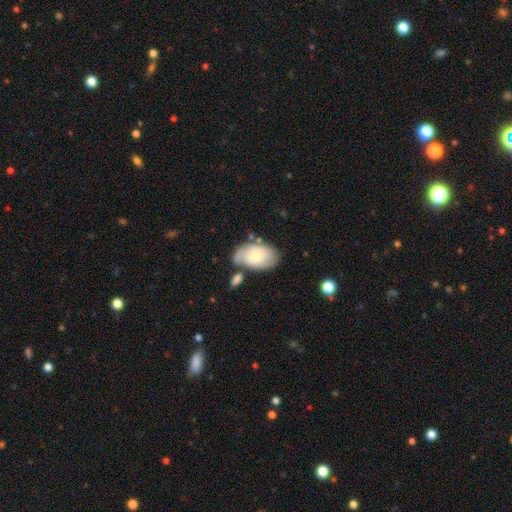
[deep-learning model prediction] This is possibly a smooth galaxy (59%). How rounded: clearly in between (92%). Merging: possibly none (53%).